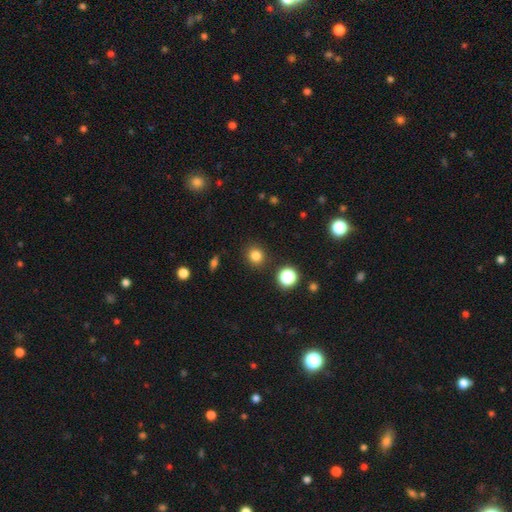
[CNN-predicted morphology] A smooth galaxy with no disk features (82%) that is round (88%). Merging: none (89%).